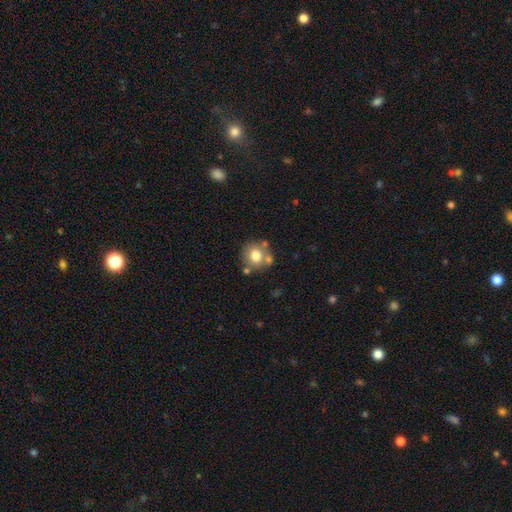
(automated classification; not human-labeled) Smooth or featured?
  - smooth: 73% *
  - featured or disk: 17%
  - star or artifact: 10%
How rounded?
  - round: 85% *
  - in between: 14%
  - cigar-shaped: 1%
Merging?
  - none: 67% *
  - merger: 17%
  - minor disturbance: 12%
  - major disturbance: 4%